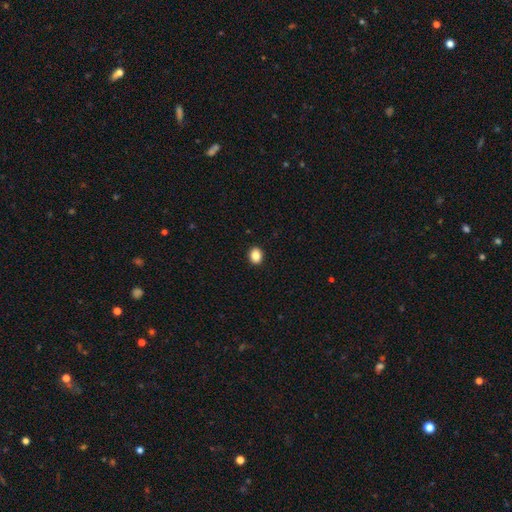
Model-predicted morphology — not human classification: This is clearly a smooth galaxy (86%). How rounded: possibly round (56%). Merging: clearly none (92%).